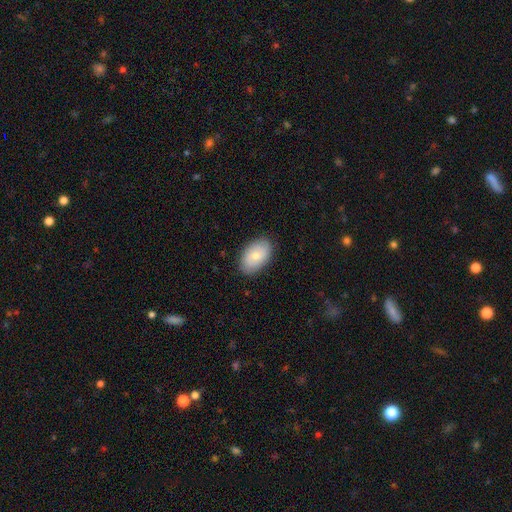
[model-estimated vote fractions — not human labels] Smooth or featured: smooth — 74% (featured or disk — 20%)
How rounded: in between — 92% (round — 6%)
Merging: none — 86% (minor disturbance — 11%)